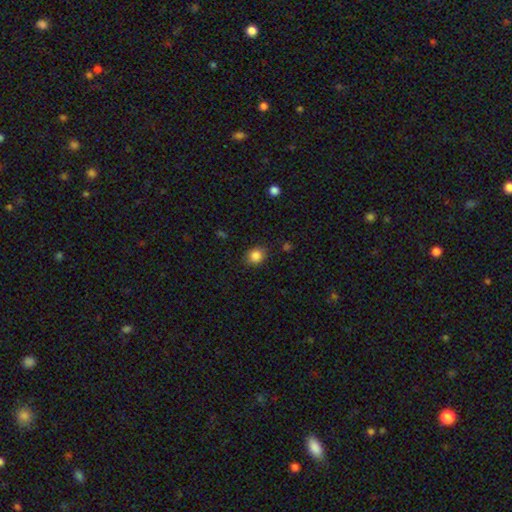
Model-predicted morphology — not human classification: A smooth galaxy with no disk features (86%) that is round (73%).

Vote fractions:
- Smooth or featured? smooth: 86% / star or artifact: 10% / featured or disk: 4%
- How rounded? round: 73% / in between: 26% / cigar-shaped: 1%
- Merging? none: 83% / minor disturbance: 12% / major disturbance: 3% / merger: 1%